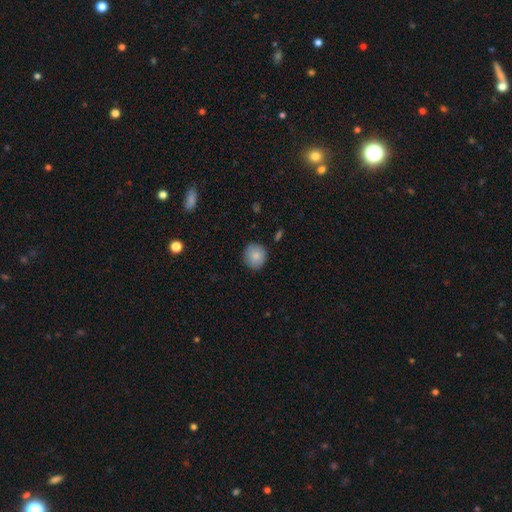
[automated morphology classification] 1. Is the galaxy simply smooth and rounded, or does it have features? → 84% smooth, 9% featured or disk, 7% star or artifact.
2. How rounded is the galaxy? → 88% round, 11% in between, 1% cigar-shaped.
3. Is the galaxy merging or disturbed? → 85% none, 11% minor disturbance, 2% major disturbance, 1% merger.